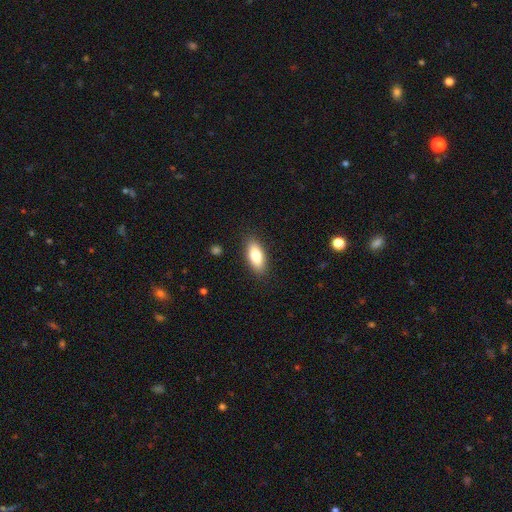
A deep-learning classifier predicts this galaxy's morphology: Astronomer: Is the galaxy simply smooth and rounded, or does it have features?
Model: smooth — 82%.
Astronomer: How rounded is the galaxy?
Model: in between — 82%.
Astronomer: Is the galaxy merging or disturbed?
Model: none — 87%.